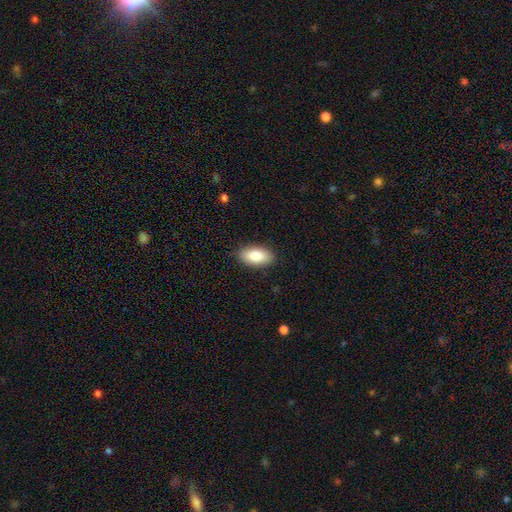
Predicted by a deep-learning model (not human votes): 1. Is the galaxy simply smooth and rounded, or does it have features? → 85% smooth, 9% featured or disk, 6% star or artifact.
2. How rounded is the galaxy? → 92% in between, 5% cigar-shaped, 3% round.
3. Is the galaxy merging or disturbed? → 88% none, 9% minor disturbance, 2% major disturbance, 1% merger.